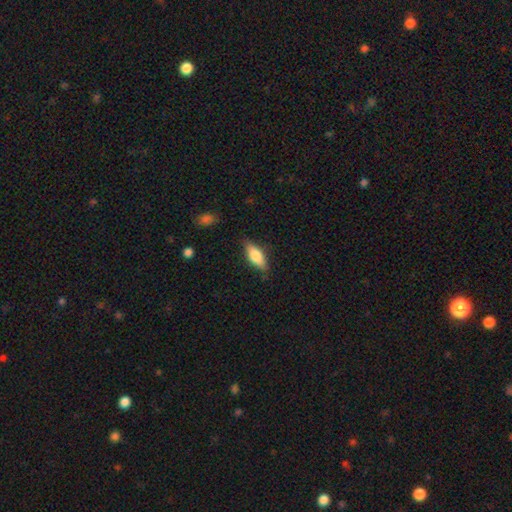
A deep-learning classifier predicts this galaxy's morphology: Overall: smooth (75%). How rounded: in between (73%). Merging: none (81%).